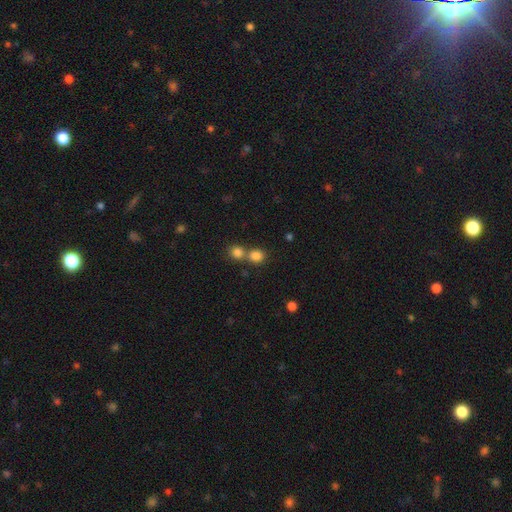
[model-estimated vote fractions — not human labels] smooth_or_featured: smooth (p=0.83) [alt: star or artifact p=0.11]
how_rounded: round (p=0.80) [alt: in between p=0.19]
merging: none (p=0.48) [alt: merger p=0.43]